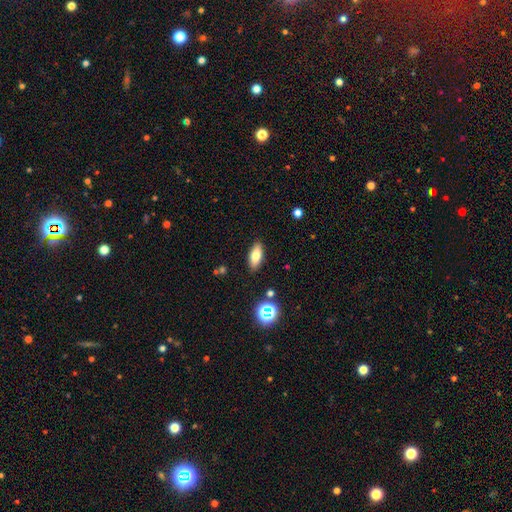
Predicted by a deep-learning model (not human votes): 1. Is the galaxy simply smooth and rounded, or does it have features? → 75% smooth, 15% featured or disk, 10% star or artifact.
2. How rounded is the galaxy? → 80% in between, 17% cigar-shaped, 3% round.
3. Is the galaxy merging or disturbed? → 87% none, 9% minor disturbance, 2% major disturbance, 2% merger.